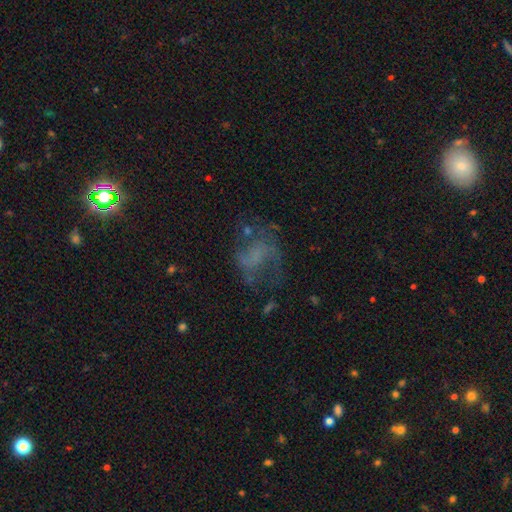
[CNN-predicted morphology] smooth_or_featured: featured or disk (p=0.52) [alt: smooth p=0.28]
disk_edge_on: no (p=0.97) [alt: yes p=0.03]
bar: no (p=0.71) [alt: weak p=0.23]
has_spiral_arms: yes (p=0.54) [alt: no p=0.46]
bulge_size: none (p=0.69) [alt: small p=0.14]
merging: none (p=0.45) [alt: major disturbance p=0.32]